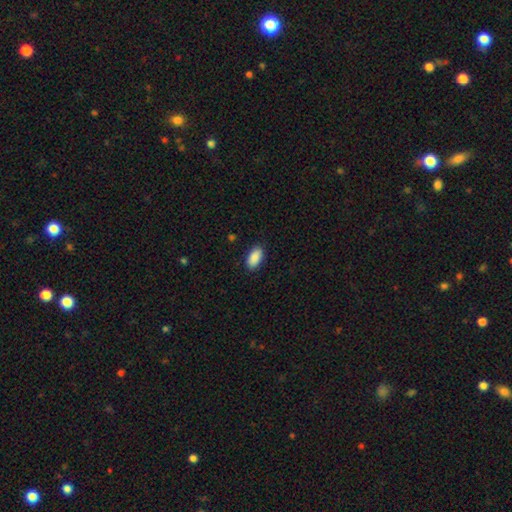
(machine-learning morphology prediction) This appears to be a smooth galaxy with no disk features (90%) that is in between round and cigar-shaped (94%). Merging: none (89%).